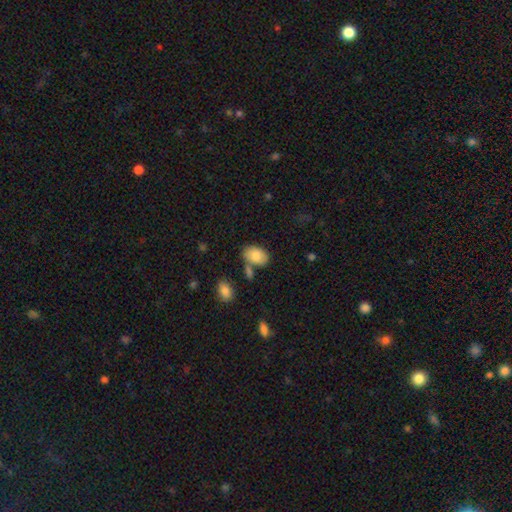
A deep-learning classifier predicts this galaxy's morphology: A smooth galaxy with no disk features (85%) that is in between round and cigar-shaped (90%).

Vote fractions:
- Smooth or featured? smooth: 85% / featured or disk: 9% / star or artifact: 7%
- How rounded? in between: 90% / round: 9% / cigar-shaped: 1%
- Merging? none: 65% / minor disturbance: 16% / merger: 14% / major disturbance: 4%